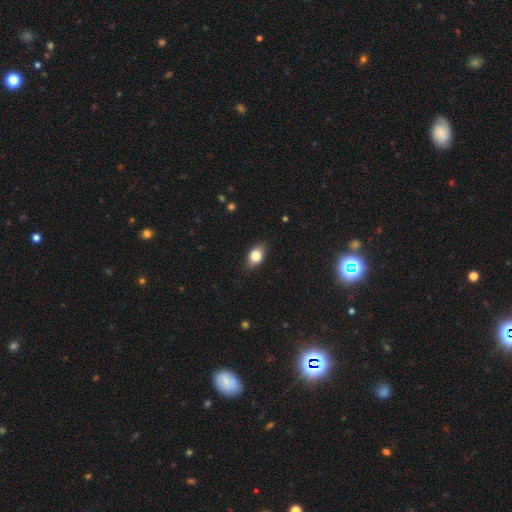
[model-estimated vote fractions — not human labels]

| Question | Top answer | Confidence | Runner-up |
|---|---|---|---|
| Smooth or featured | smooth | 79% | featured or disk (13%) |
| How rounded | in between | 80% | round (17%) |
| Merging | none | 83% | minor disturbance (13%) |